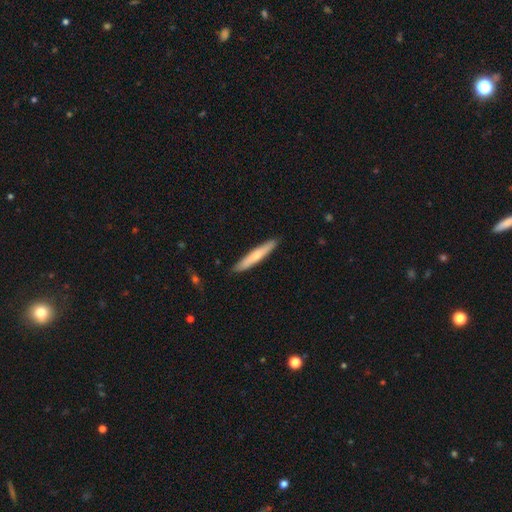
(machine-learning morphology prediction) This appears to be a smooth galaxy with no disk features (63%) that is cigar-shaped (93%). Merging: none (90%).